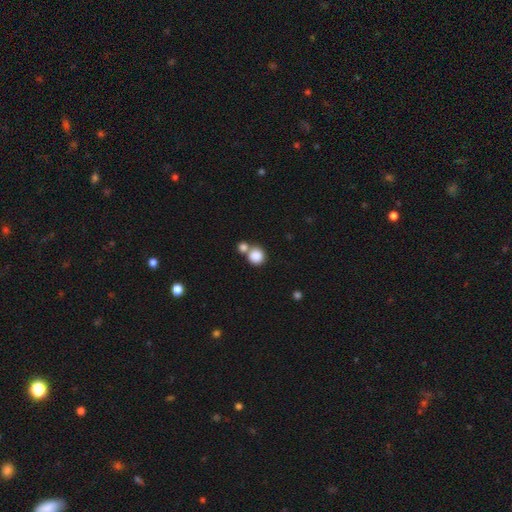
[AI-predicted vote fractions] Q: Smooth or featured?
A: smooth (85%); runner-up: star or artifact (9%)
Q: How rounded?
A: round (89%); runner-up: in between (10%)
Q: Merging?
A: none (50%); runner-up: merger (39%)